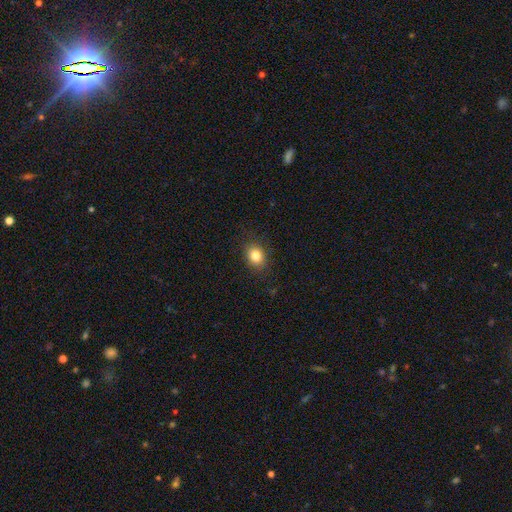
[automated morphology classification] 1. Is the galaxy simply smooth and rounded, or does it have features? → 83% smooth, 11% star or artifact, 7% featured or disk.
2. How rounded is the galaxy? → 54% round, 45% in between, 1% cigar-shaped.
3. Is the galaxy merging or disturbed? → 87% none, 9% minor disturbance, 3% major disturbance, 1% merger.